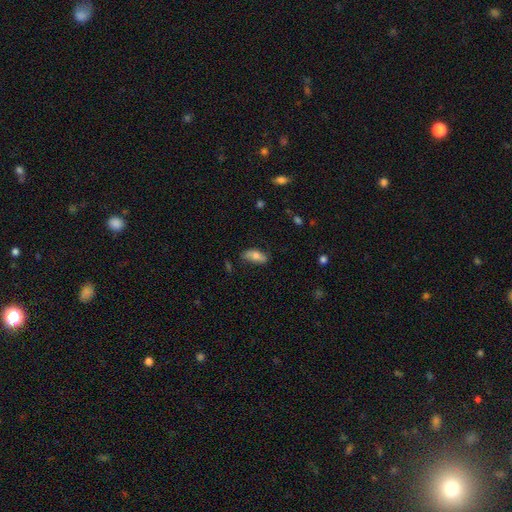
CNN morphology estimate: The model was most divided on "smooth or featured": smooth: 69%, featured or disk: 24%, star or artifact: 7%. More confident: how rounded — in between (82%); merging — none (73%).